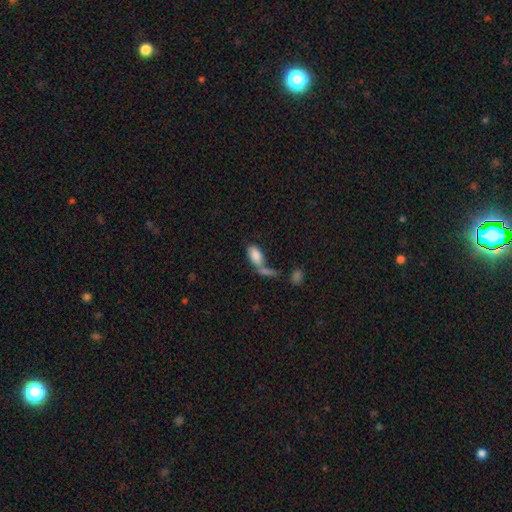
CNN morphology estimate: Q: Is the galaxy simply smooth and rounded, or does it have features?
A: smooth — 82%.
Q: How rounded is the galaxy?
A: in between — 92%.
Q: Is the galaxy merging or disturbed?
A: merger — 52%.